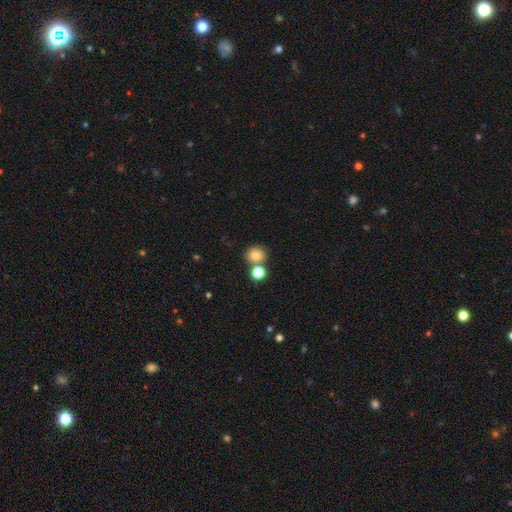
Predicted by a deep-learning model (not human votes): Smooth or featured? smooth (81%)
How rounded? round (83%)
Merging? none (65%)